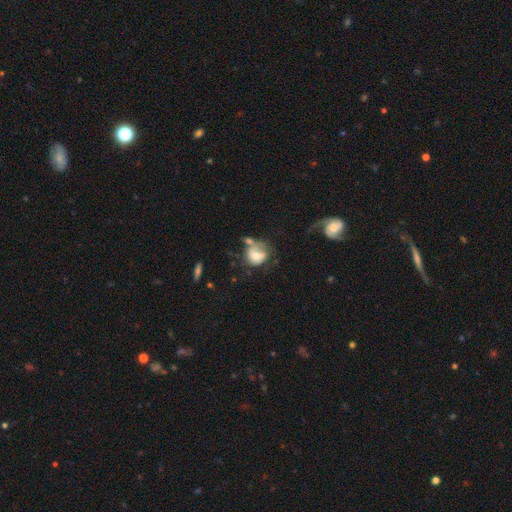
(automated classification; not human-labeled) Overall: smooth (57%; featured or disk 34%). How rounded: round (63%; in between 35%). Merging: none (29%; merger 27%).